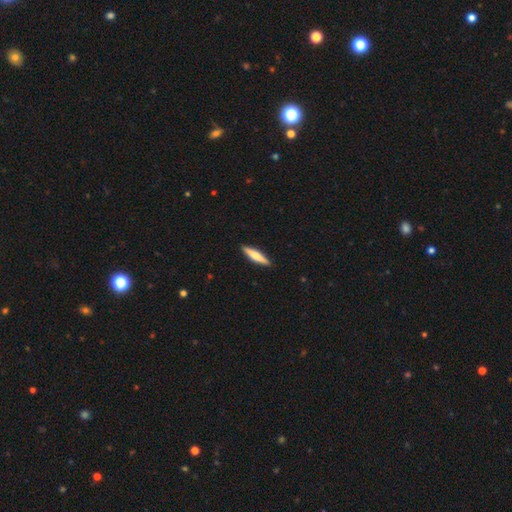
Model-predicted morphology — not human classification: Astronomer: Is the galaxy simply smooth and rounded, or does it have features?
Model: smooth — 60%.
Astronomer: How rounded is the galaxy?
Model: cigar-shaped — 84%.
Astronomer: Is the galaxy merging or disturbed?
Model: none — 91%.